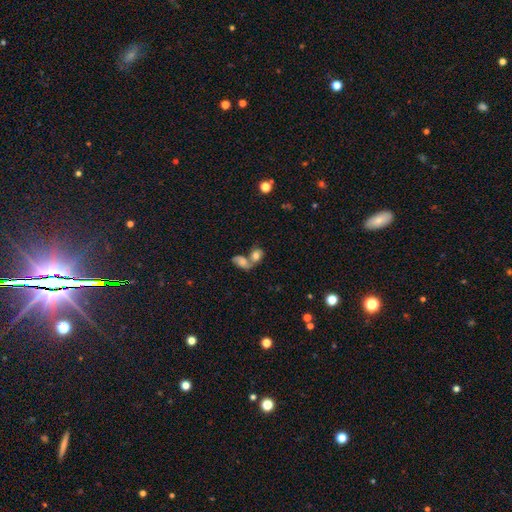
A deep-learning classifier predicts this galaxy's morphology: This is possibly a smooth galaxy (57%). How rounded: likely in between (65%). Merging: likely merger (65%).